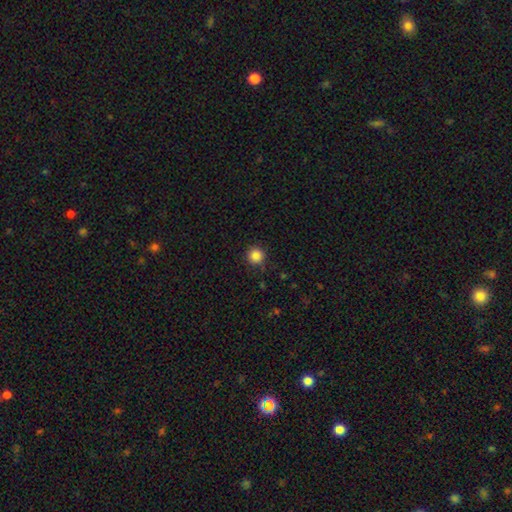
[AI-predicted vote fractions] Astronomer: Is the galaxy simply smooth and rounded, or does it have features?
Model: smooth — 86%.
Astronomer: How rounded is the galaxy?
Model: round — 96%.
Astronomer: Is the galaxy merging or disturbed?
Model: none — 89%.